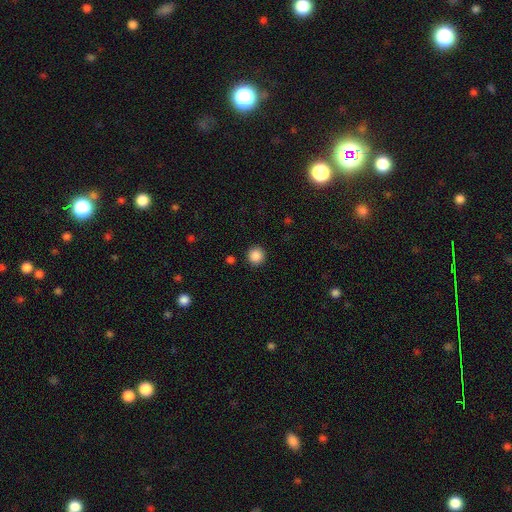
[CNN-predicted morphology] Smooth or featured? Predicted: smooth (p=0.88). How rounded? Predicted: round (p=0.95). Merging? Predicted: none (p=0.92).